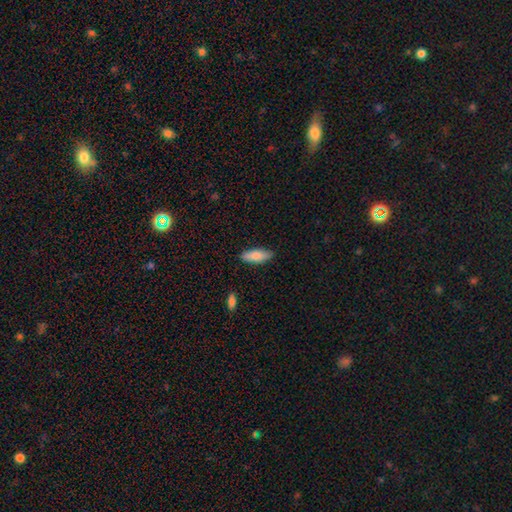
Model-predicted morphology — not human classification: smooth-or-featured: smooth: 80% | featured or disk: 15% | star or artifact: 6%
  how-rounded: in between: 66% | cigar-shaped: 32% | round: 2%
  merging: none: 84% | minor disturbance: 12% | major disturbance: 2% | merger: 1%